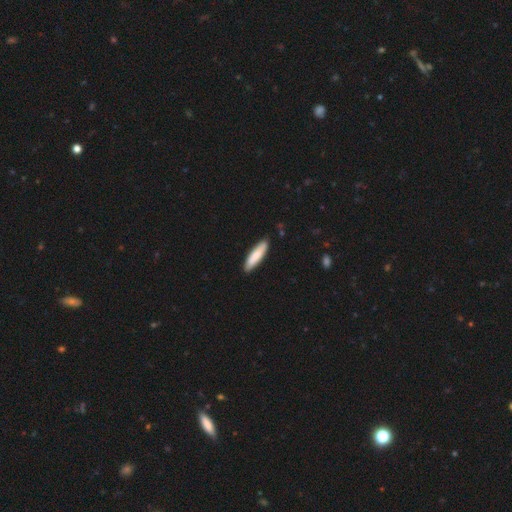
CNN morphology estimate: This is clearly a smooth galaxy (81%). How rounded: likely cigar-shaped (72%). Merging: clearly none (88%).